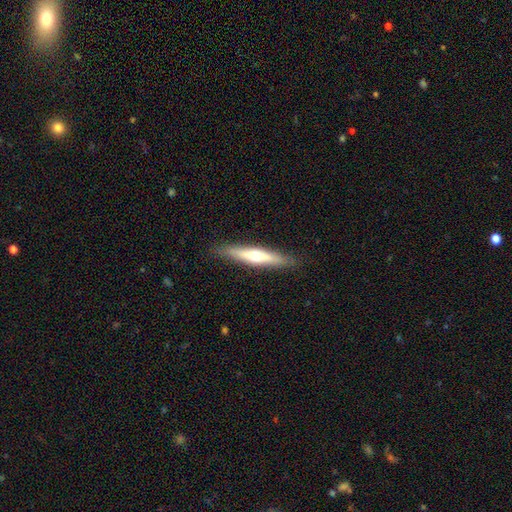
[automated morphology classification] smooth_or_featured: featured or disk (p=0.50) [alt: smooth p=0.44]
disk_edge_on: yes (p=0.91) [alt: no p=0.09]
merging: none (p=0.89) [alt: minor disturbance p=0.09]